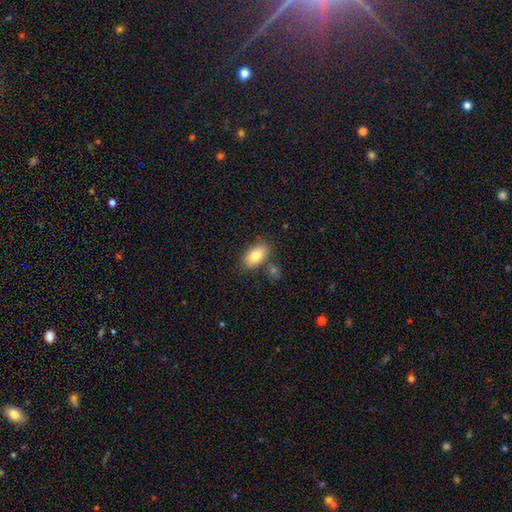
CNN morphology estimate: Q: Smooth or featured?
A: smooth (80%); runner-up: featured or disk (13%)
Q: How rounded?
A: in between (92%); runner-up: round (5%)
Q: Merging?
A: none (77%); runner-up: minor disturbance (12%)